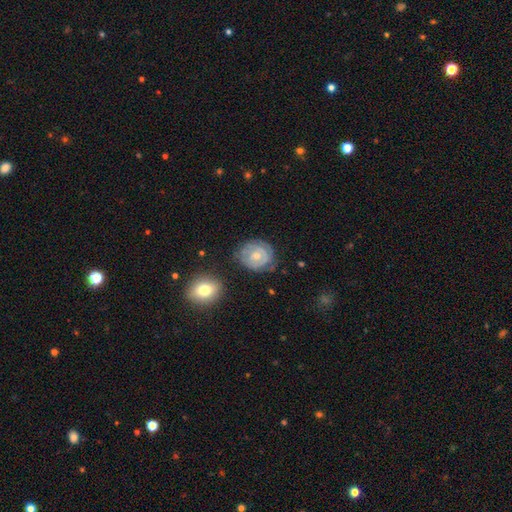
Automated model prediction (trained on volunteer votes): Overall: featured or disk (70%). Edge-on disk: no (97%). Bar: no (72%). Spiral arms: yes (80%). Spiral arm count: can't tell (39%; 2 35%). Spiral winding: tight (77%). Bulge size: moderate (52%; small 43%). Merging: none (68%).